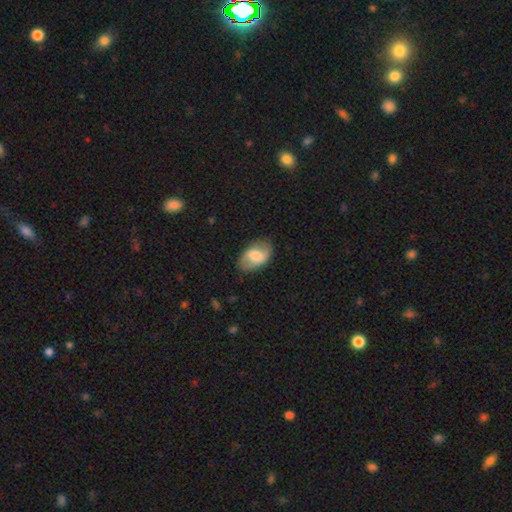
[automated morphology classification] Smooth or featured?
  - smooth: 54% *
  - featured or disk: 39%
  - star or artifact: 7%
How rounded?
  - in between: 90% *
  - round: 9%
  - cigar-shaped: 2%
Merging?
  - none: 78% *
  - minor disturbance: 16%
  - major disturbance: 5%
  - merger: 1%